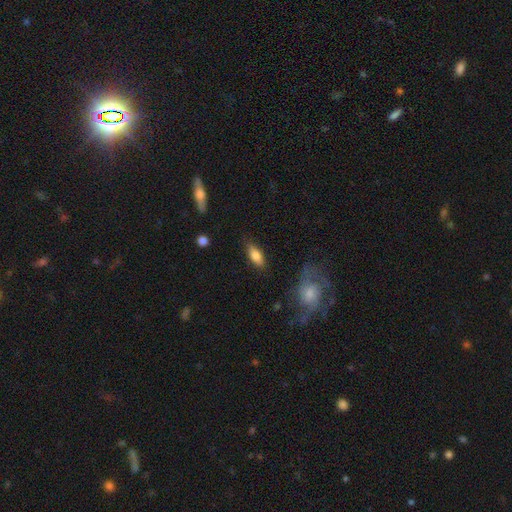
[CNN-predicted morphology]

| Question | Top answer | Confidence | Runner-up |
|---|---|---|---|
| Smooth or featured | smooth | 77% | featured or disk (16%) |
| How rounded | in between | 78% | cigar-shaped (19%) |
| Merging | none | 80% | minor disturbance (15%) |